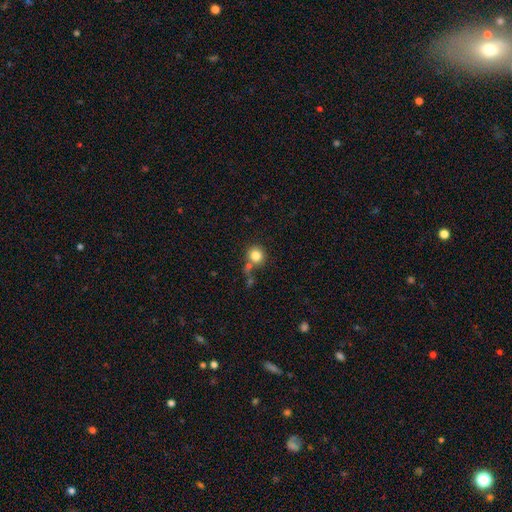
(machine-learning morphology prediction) Smooth or featured? smooth (83%)
How rounded? round (90%)
Merging? none (66%)